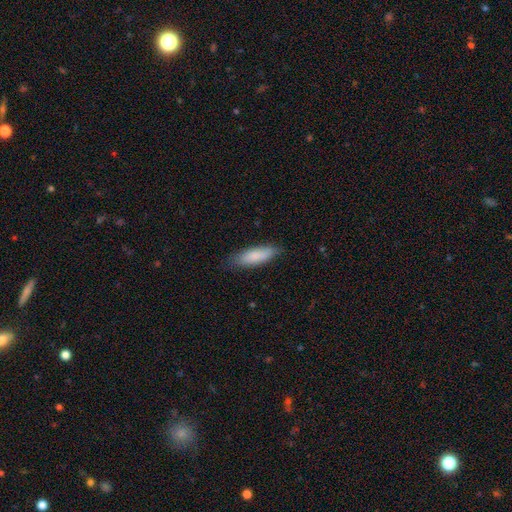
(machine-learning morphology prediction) A smooth galaxy with no disk features (83%) that is cigar-shaped (50%). Merging: none (81%).